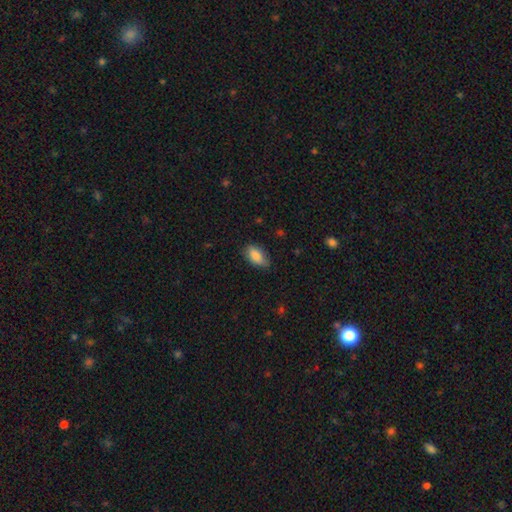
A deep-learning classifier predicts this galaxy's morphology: Smooth or featured: smooth — 85% (featured or disk — 9%)
How rounded: in between — 92% (round — 4%)
Merging: none — 73% (minor disturbance — 22%)